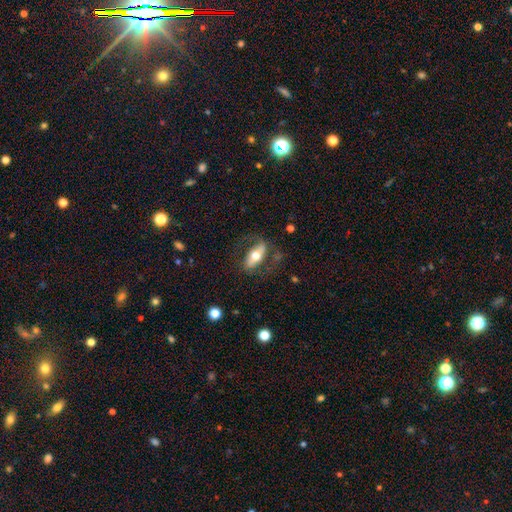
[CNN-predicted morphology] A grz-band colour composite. It shows a featured or disk galaxy (51%). Merging: none (65%).